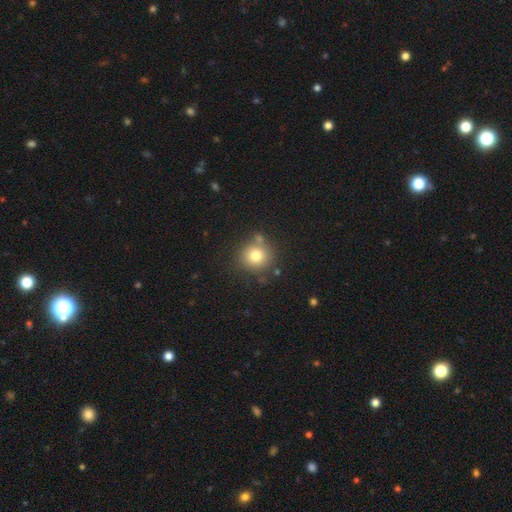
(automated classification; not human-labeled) Smooth or featured? smooth (78%)
How rounded? round (89%)
Merging? none (75%)